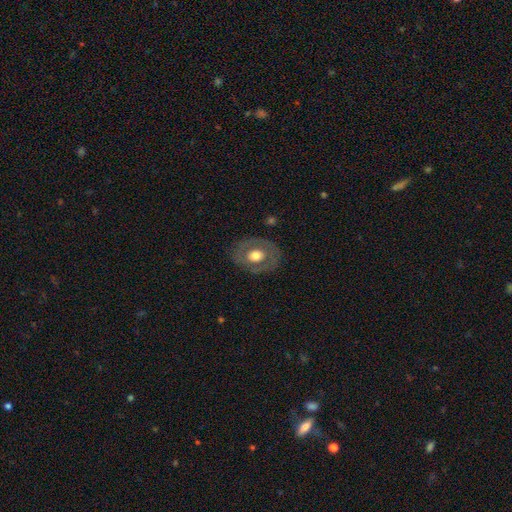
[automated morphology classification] smooth-or-featured: featured or disk: 47% | smooth: 46% | star or artifact: 6%
  merging: none: 80% | minor disturbance: 13% | major disturbance: 6% | merger: 1%